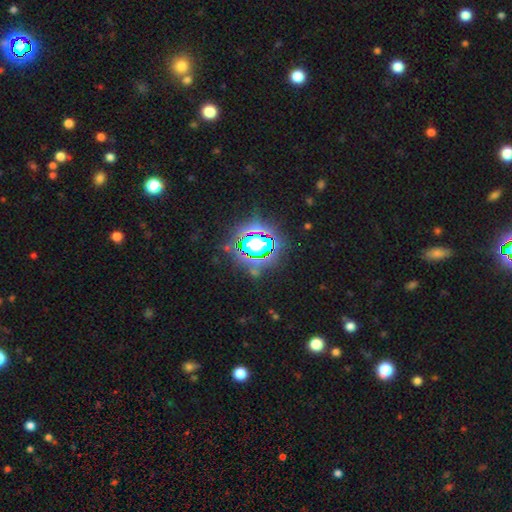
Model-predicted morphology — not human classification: smooth-or-featured: star or artifact: 79% | smooth: 13% | featured or disk: 8%